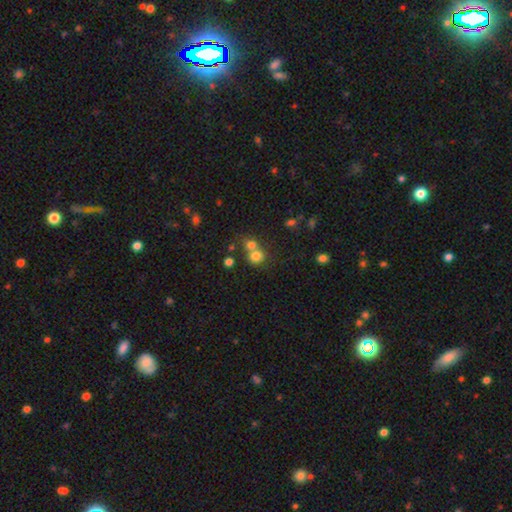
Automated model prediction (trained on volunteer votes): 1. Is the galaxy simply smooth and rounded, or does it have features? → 75% smooth, 14% star or artifact, 11% featured or disk.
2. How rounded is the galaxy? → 82% round, 17% in between, 1% cigar-shaped.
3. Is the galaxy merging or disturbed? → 48% merger, 42% none, 7% minor disturbance, 3% major disturbance.